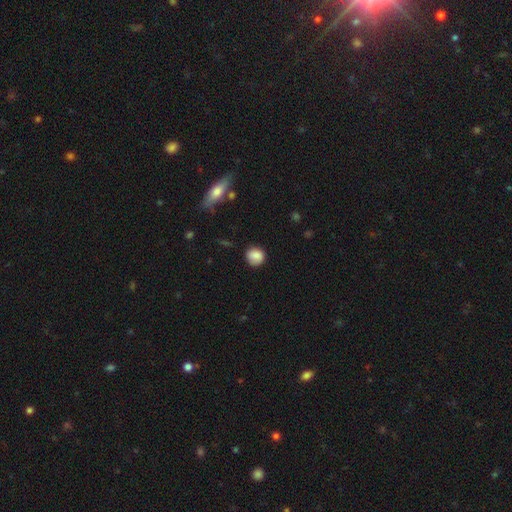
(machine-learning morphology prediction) This appears to be a smooth galaxy with no disk features (85%) that is round (82%). Merging: none (78%).